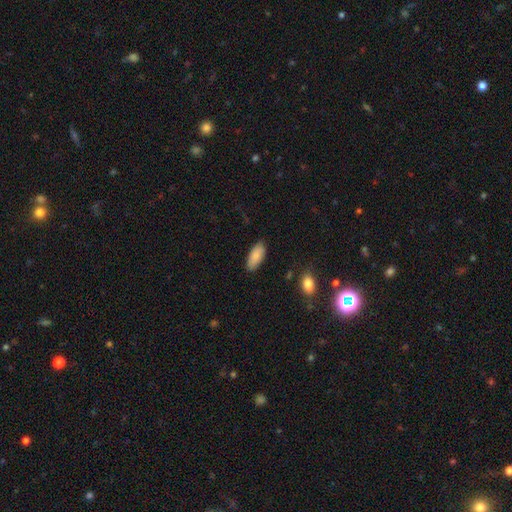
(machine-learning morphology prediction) smooth-or-featured: smooth: 86% | featured or disk: 8% | star or artifact: 6%
  how-rounded: in between: 85% | cigar-shaped: 13% | round: 2%
  merging: none: 85% | minor disturbance: 11% | major disturbance: 2% | merger: 1%